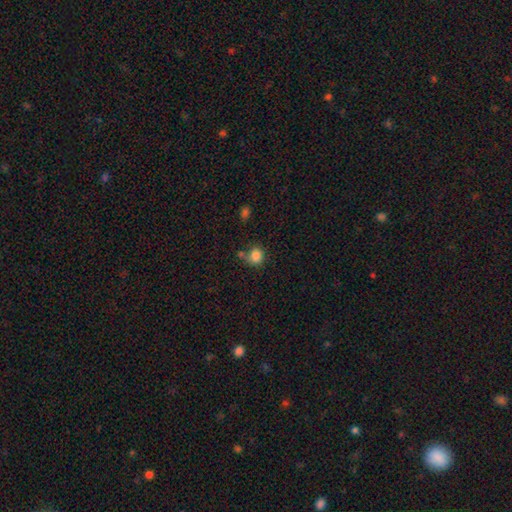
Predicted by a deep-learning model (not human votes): Morphology: type=smooth (85%); roundness=round (78%); merging=none (58%).